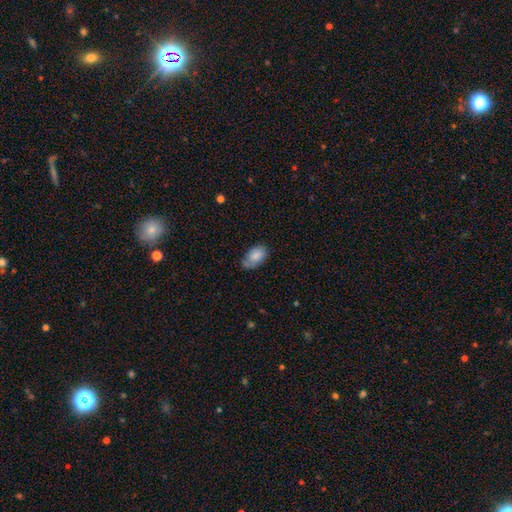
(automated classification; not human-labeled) A smooth galaxy with no disk features (81%) that is in between round and cigar-shaped (93%).

Vote fractions:
- Smooth or featured? smooth: 81% / featured or disk: 12% / star or artifact: 7%
- How rounded? in between: 93% / round: 5% / cigar-shaped: 2%
- Merging? none: 60% / minor disturbance: 30% / major disturbance: 7% / merger: 3%